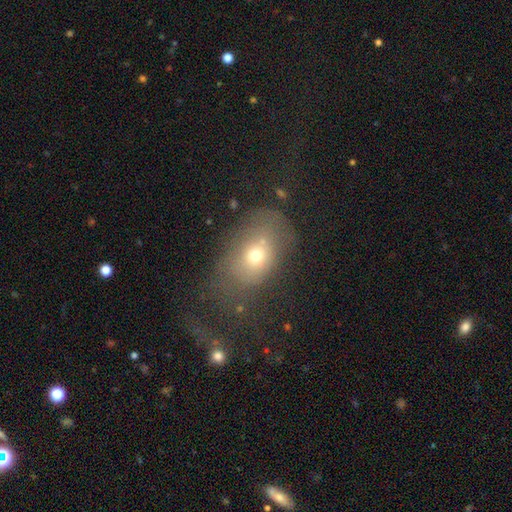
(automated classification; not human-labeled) smooth_or_featured: smooth (p=0.64) [alt: featured or disk p=0.21]
how_rounded: in between (p=0.68) [alt: round p=0.31]
merging: none (p=0.39) [alt: major disturbance p=0.29]